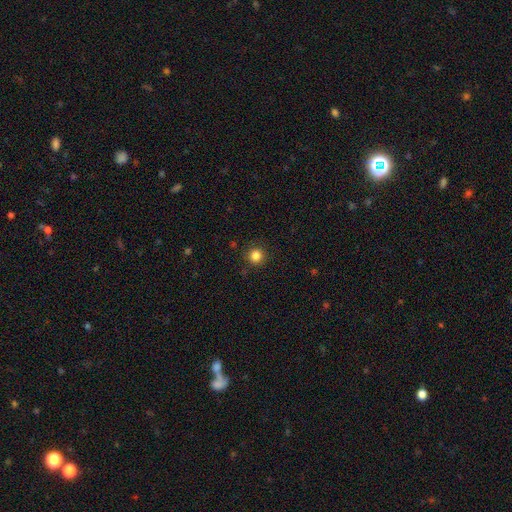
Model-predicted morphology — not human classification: This appears to be a smooth galaxy with no disk features (84%) that is round (94%). Merging: none (90%).